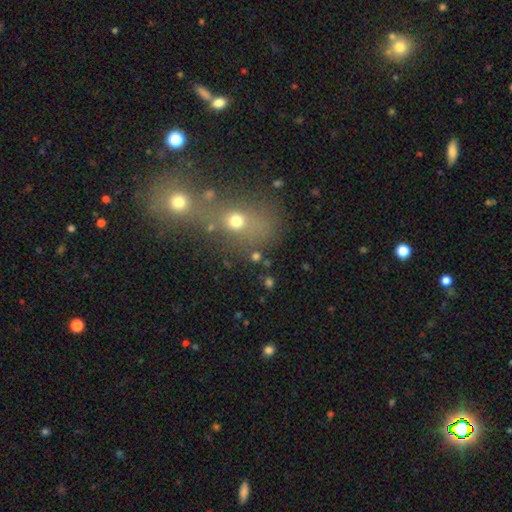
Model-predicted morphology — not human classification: Overall: smooth (58%; star or artifact 27%). How rounded: round (63%; in between 35%). Merging: merger (54%; none 32%).